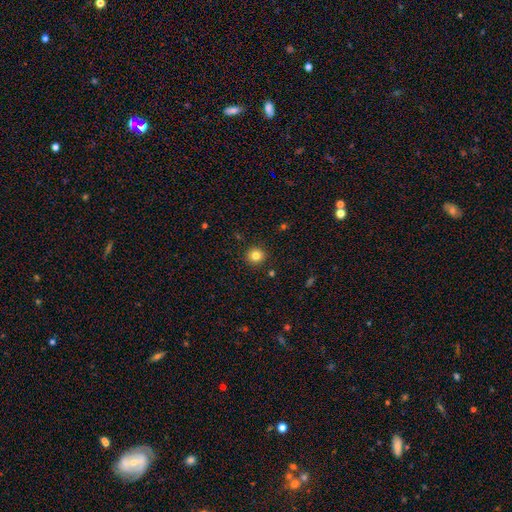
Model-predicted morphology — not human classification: smooth-or-featured: smooth: 82% | star or artifact: 12% | featured or disk: 6%
  how-rounded: round: 93% | in between: 6% | cigar-shaped: 1%
  merging: none: 92% | minor disturbance: 5% | major disturbance: 2% | merger: 1%